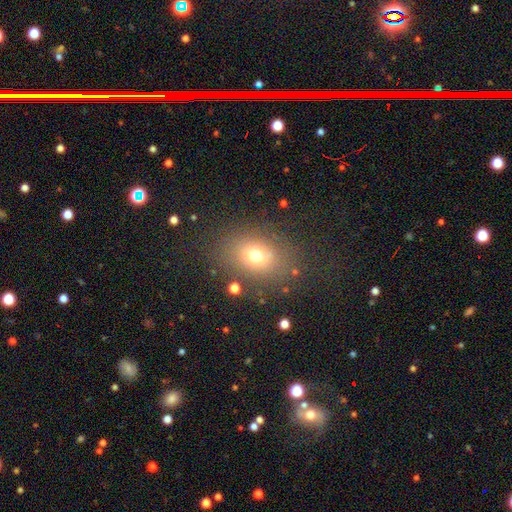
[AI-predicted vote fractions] smooth-or-featured: smooth: 70% | star or artifact: 16% | featured or disk: 14%
  how-rounded: in between: 60% | round: 39% | cigar-shaped: 1%
  merging: none: 79% | minor disturbance: 12% | major disturbance: 7% | merger: 3%